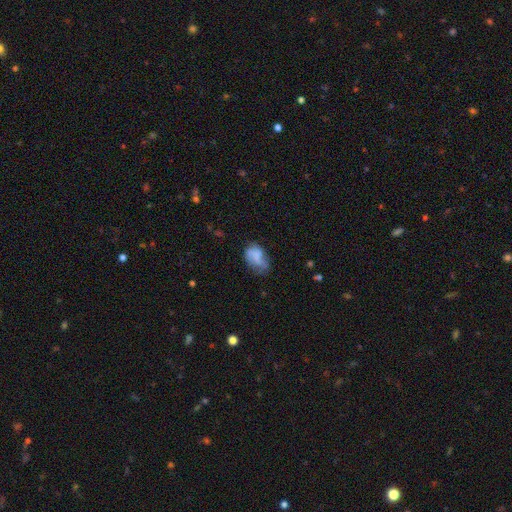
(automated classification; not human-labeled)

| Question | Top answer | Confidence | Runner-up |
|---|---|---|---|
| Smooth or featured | smooth | 57% | featured or disk (33%) |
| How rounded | in between | 87% | round (11%) |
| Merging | none | 41% | minor disturbance (33%) |